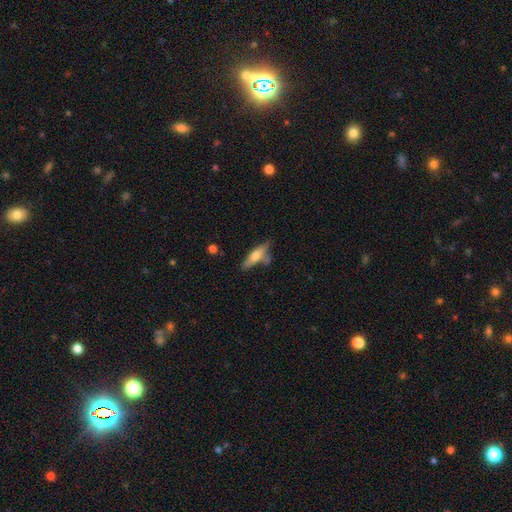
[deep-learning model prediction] A smooth galaxy with no disk features (55%) that is cigar-shaped (66%). Merging: none (59%).